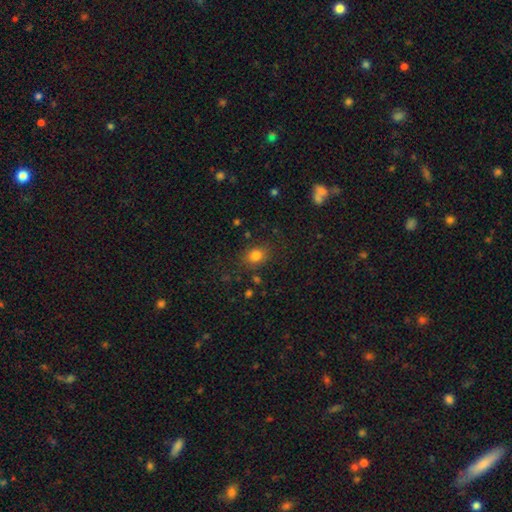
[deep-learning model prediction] Smooth or featured? smooth (80%)
How rounded? round (53%)
Merging? none (80%)